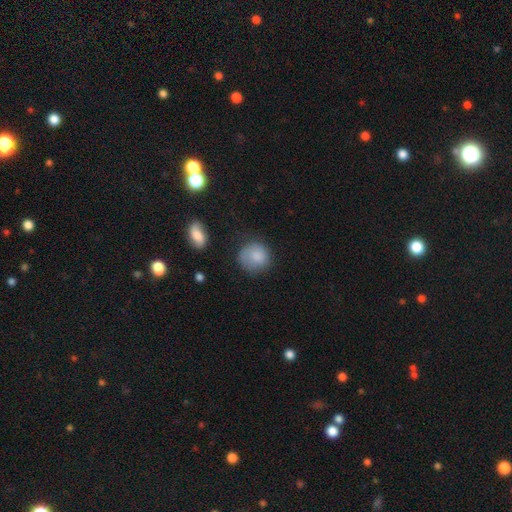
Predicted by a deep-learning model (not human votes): smooth_or_featured: smooth (p=0.81) [alt: featured or disk p=0.11]
how_rounded: round (p=0.83) [alt: in between p=0.16]
merging: none (p=0.66) [alt: minor disturbance p=0.23]